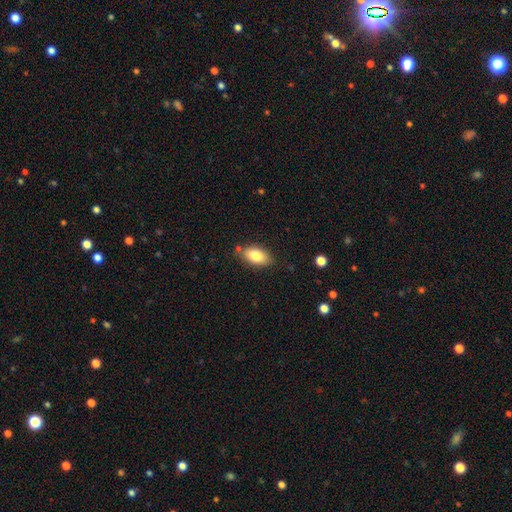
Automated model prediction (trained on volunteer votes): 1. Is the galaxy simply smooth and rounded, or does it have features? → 81% smooth, 12% featured or disk, 7% star or artifact.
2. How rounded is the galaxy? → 91% in between, 5% round, 4% cigar-shaped.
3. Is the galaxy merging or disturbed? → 80% none, 14% minor disturbance, 3% merger, 3% major disturbance.